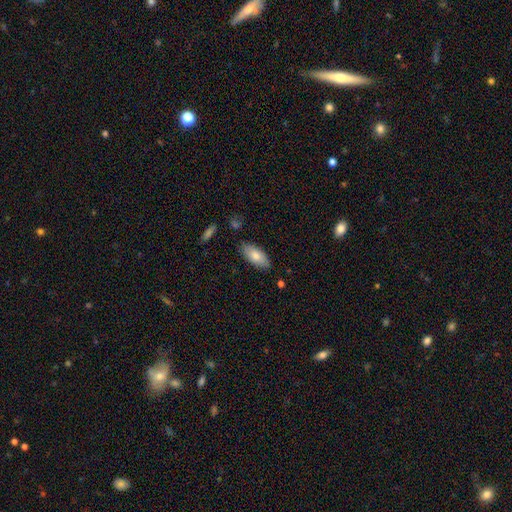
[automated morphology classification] A smooth galaxy with no disk features (78%) that is in between round and cigar-shaped (89%).

Vote fractions:
- Smooth or featured? smooth: 78% / featured or disk: 16% / star or artifact: 6%
- How rounded? in between: 89% / cigar-shaped: 9% / round: 2%
- Merging? none: 84% / minor disturbance: 12% / major disturbance: 2% / merger: 2%